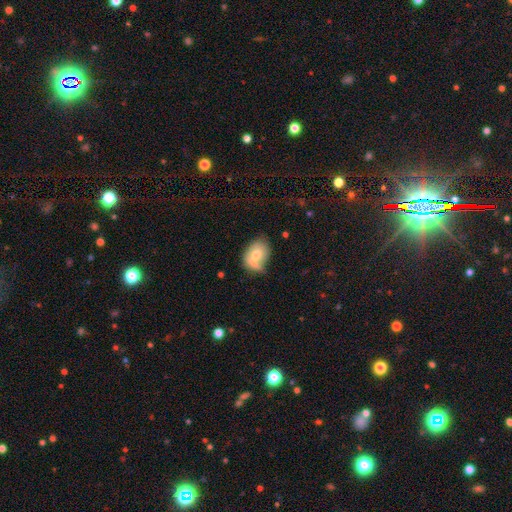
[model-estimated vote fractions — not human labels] Morphology: type=smooth (62%); roundness=in between (68%); merging=none (39%).